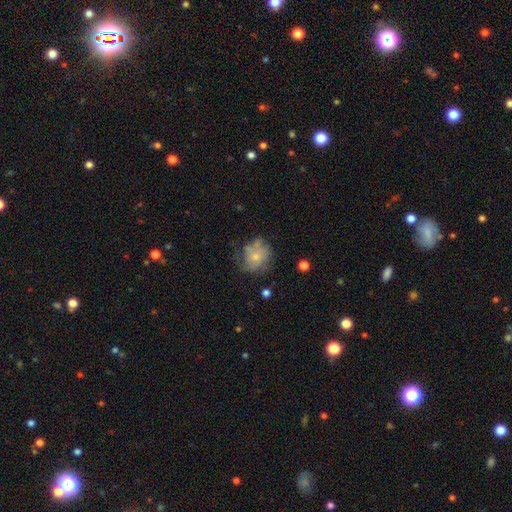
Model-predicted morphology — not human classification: type=smooth (51%); roundness=round (67%); merging=none (50%).